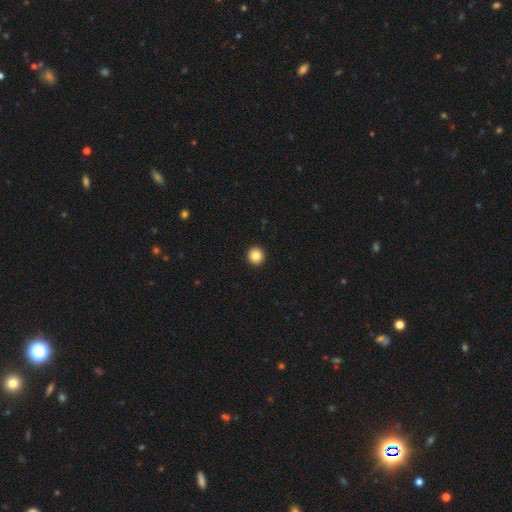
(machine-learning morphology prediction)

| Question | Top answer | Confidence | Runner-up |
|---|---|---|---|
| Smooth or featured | smooth | 86% | star or artifact (10%) |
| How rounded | round | 94% | in between (5%) |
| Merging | none | 94% | minor disturbance (4%) |